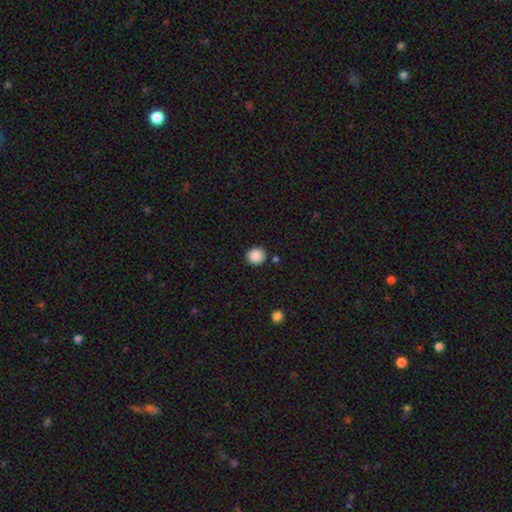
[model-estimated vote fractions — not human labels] smooth 88%, star or artifact 9%, featured or disk 3%. Down the decision tree: how rounded — round (87%); merging — none (88%).